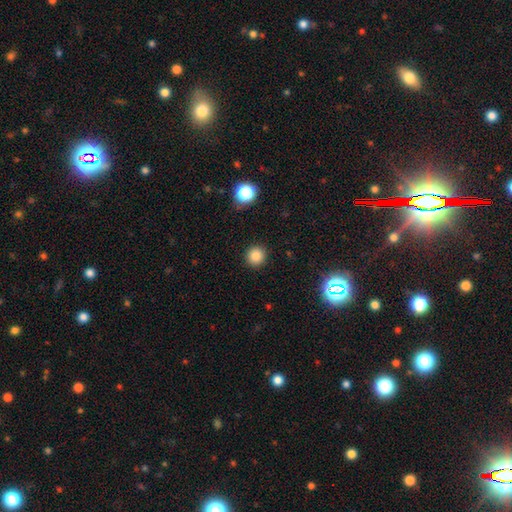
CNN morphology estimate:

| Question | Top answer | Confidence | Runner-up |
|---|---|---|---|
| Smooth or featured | smooth | 84% | star or artifact (12%) |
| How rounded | round | 93% | in between (6%) |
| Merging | none | 91% | minor disturbance (5%) |